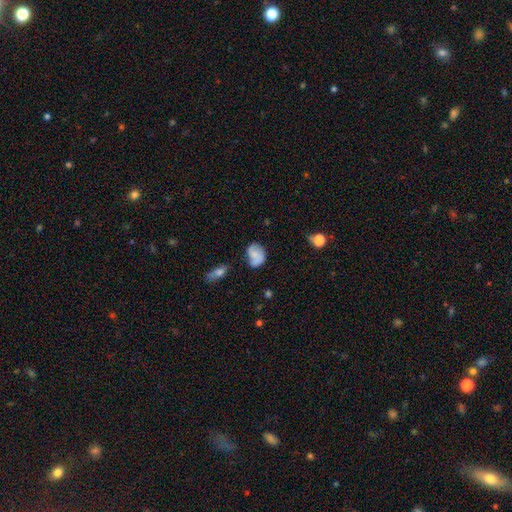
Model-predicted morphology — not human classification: A smooth galaxy with no disk features (49%).

Vote fractions:
- Smooth or featured? smooth: 49% / featured or disk: 43% / star or artifact: 9%
- Merging? none: 61% / minor disturbance: 25% / major disturbance: 8% / merger: 6%